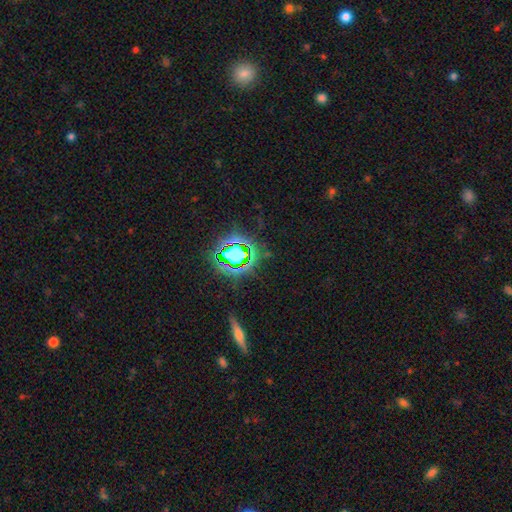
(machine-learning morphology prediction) Smooth or featured?
  - star or artifact: 72% *
  - smooth: 15%
  - featured or disk: 12%